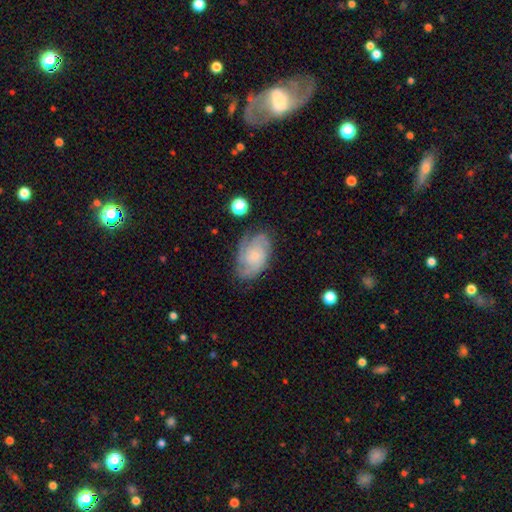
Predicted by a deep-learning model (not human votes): A featured or disk galaxy (76%) with no bar (78%), tight (62%) spiral arms (94%) and a small central bulge (70%). Merging: none (72%).